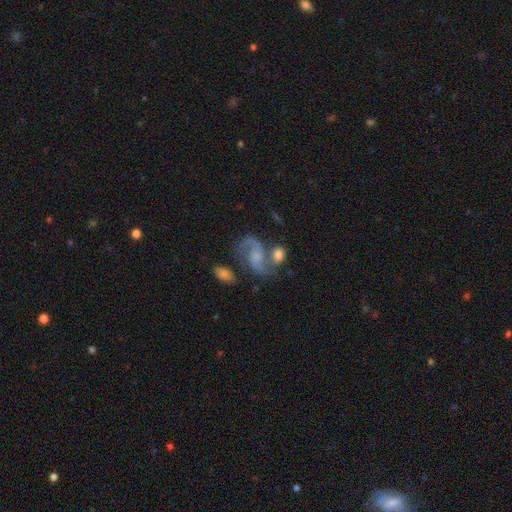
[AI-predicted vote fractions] Smooth or featured? Predicted: featured or disk (p=0.79). Edge-on disk? Predicted: no (p=0.97). Bar? Predicted: no (p=0.52). Spiral arms? Predicted: yes (p=0.94). Spiral winding? Predicted: medium (p=0.49). Spiral arm count? Predicted: 2 (p=0.88). Bulge size? Predicted: small (p=0.42). Merging? Predicted: none (p=0.45).